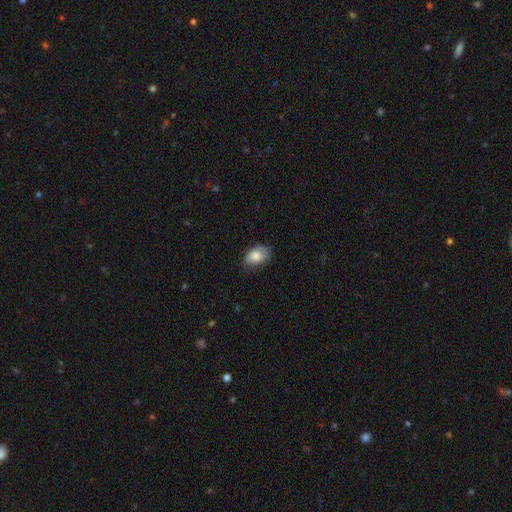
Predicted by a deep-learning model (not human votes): Smooth or featured? Predicted: smooth (p=0.71). How rounded? Predicted: in between (p=0.86). Merging? Predicted: none (p=0.63).